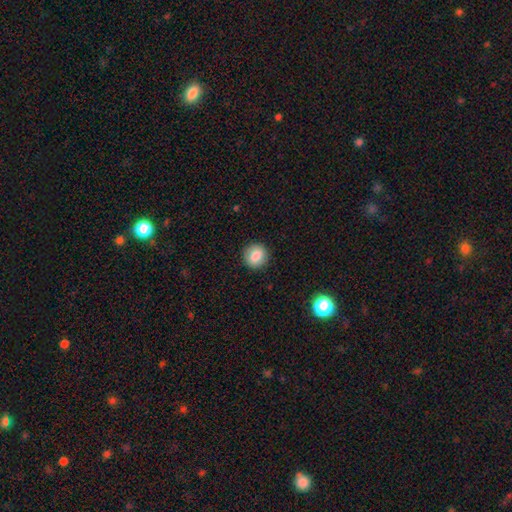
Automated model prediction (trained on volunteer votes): Morphology: type=smooth (83%); roundness=round (89%); merging=none (90%).